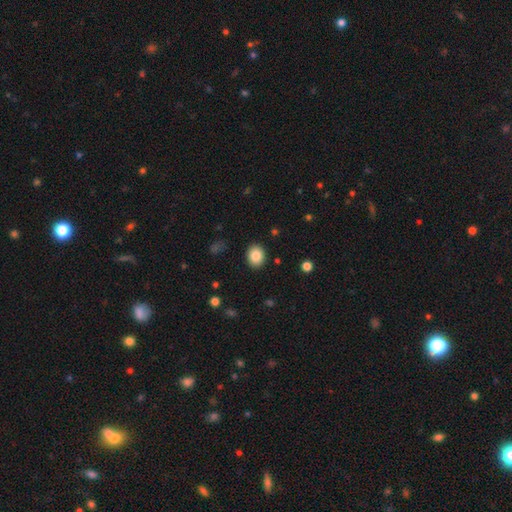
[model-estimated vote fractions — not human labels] Overall: smooth (85%). How rounded: round (56%; in between 43%). Merging: none (90%).